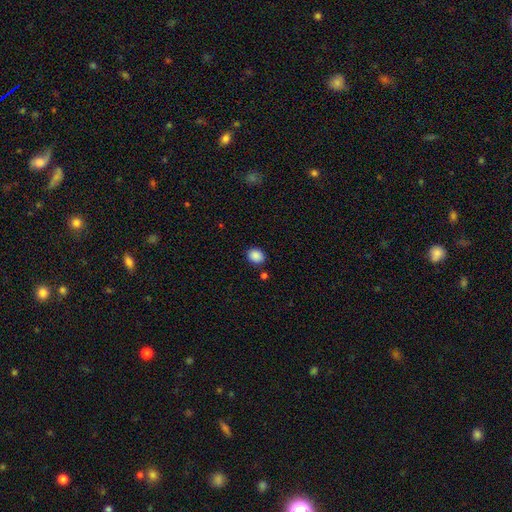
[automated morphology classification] Smooth or featured?
  - smooth: 88% *
  - star or artifact: 9%
  - featured or disk: 3%
How rounded?
  - round: 50% *
  - in between: 49%
  - cigar-shaped: 1%
Merging?
  - none: 85% *
  - minor disturbance: 9%
  - merger: 3%
  - major disturbance: 3%